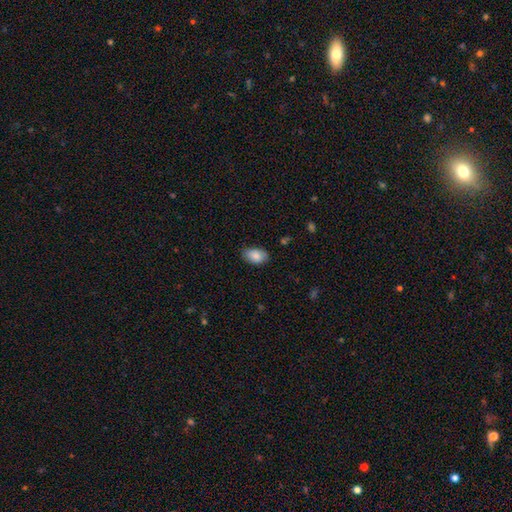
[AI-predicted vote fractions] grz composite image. It shows a smooth galaxy with no disk features (85%) that is in between round and cigar-shaped (90%). Merging: none (78%).